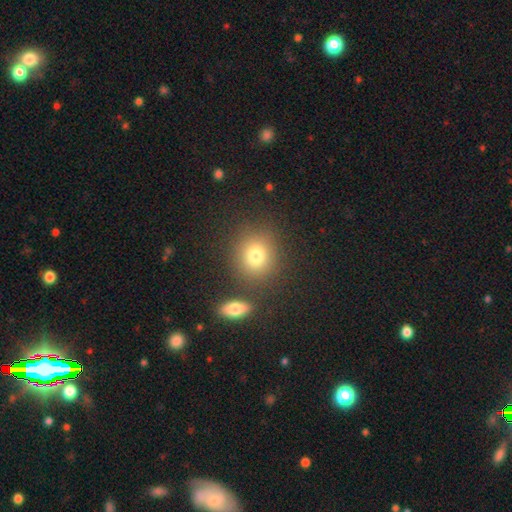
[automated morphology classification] A smooth galaxy with no disk features (77%) that is round (74%).

Vote fractions:
- Smooth or featured? smooth: 77% / star or artifact: 13% / featured or disk: 10%
- How rounded? round: 74% / in between: 25% / cigar-shaped: 1%
- Merging? none: 78% / merger: 9% / minor disturbance: 9% / major disturbance: 4%